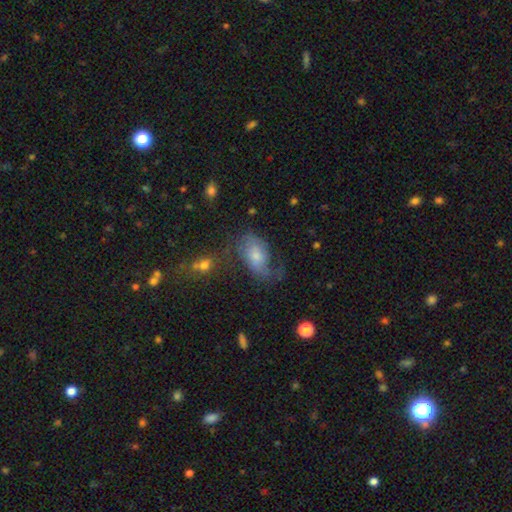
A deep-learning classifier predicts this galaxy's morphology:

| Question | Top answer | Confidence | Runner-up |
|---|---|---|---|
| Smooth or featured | featured or disk | 55% | smooth (32%) |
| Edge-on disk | no | 94% | yes (6%) |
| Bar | no | 65% | weak (29%) |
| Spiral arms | yes | 82% | no (18%) |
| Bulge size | small | 43% | moderate (41%) |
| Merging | none | 45% | major disturbance (26%) |